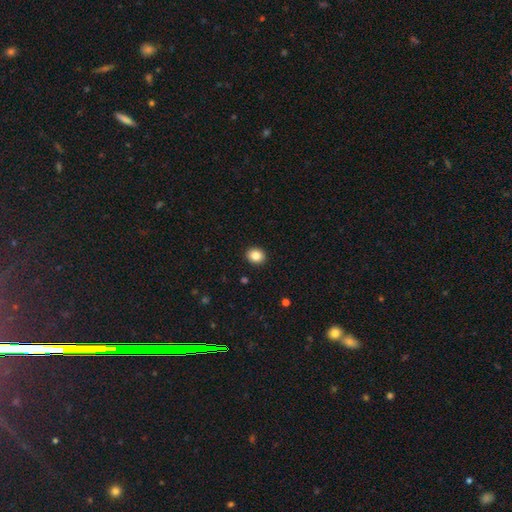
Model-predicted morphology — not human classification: The model was most divided on "how rounded": round: 63%, in between: 36%, cigar-shaped: 1%. More confident: merging — none (92%); smooth or featured — smooth (85%).